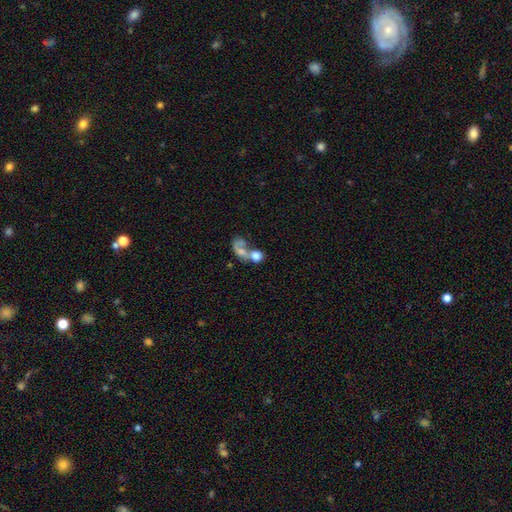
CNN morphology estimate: Smooth or featured: smooth — 64% (featured or disk — 25%)
How rounded: round — 58% (in between — 40%)
Merging: merger — 65% (none — 16%)